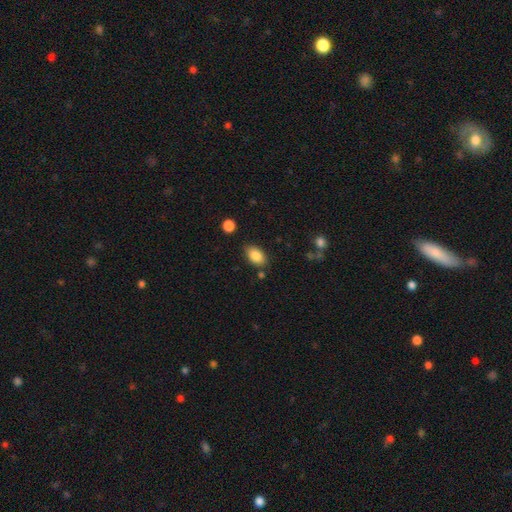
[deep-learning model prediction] Overall: smooth (86%). How rounded: in between (90%). Merging: none (80%).